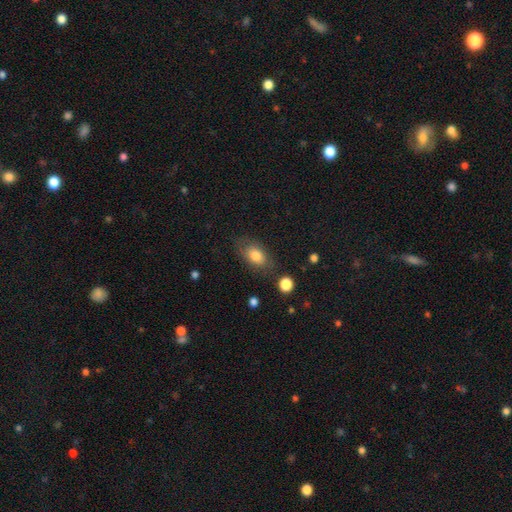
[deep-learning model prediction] The model was most divided on "merging": none: 72%, minor disturbance: 18%, major disturbance: 7%, merger: 3%. More confident: how rounded — in between (85%); smooth or featured — smooth (80%).